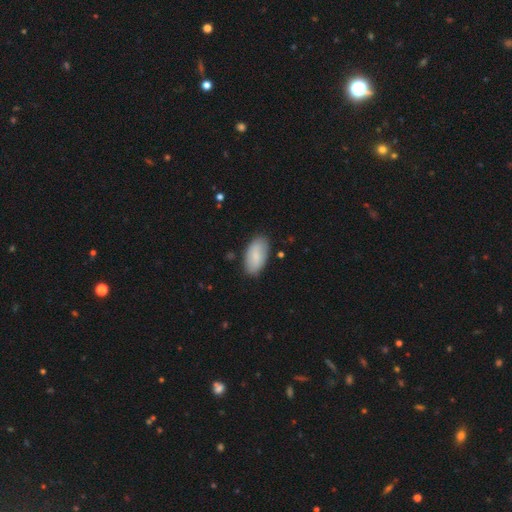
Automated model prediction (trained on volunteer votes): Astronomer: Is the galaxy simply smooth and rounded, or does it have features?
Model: smooth — 81%.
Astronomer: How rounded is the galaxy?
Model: in between — 95%.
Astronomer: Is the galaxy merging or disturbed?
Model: none — 84%.